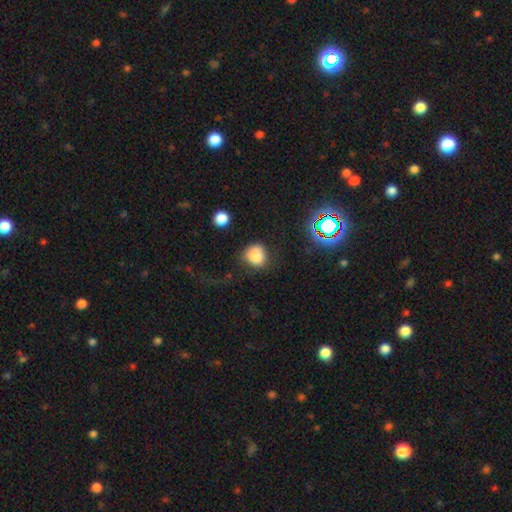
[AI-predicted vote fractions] A smooth galaxy with no disk features (82%) that is round (79%). Merging: none (63%).